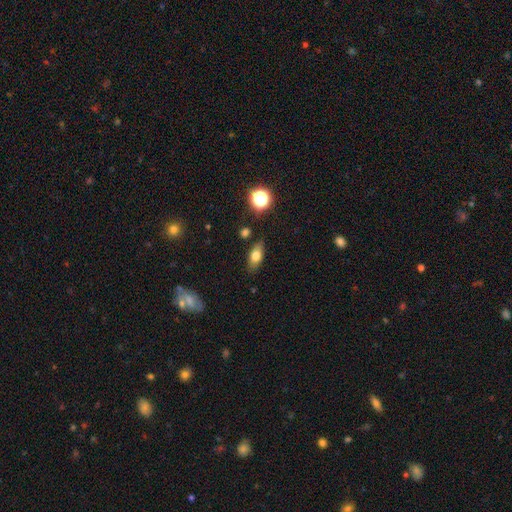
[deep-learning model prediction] Q: Smooth or featured?
A: smooth (74%); runner-up: featured or disk (16%)
Q: How rounded?
A: in between (80%); runner-up: cigar-shaped (11%)
Q: Merging?
A: none (81%); runner-up: minor disturbance (13%)